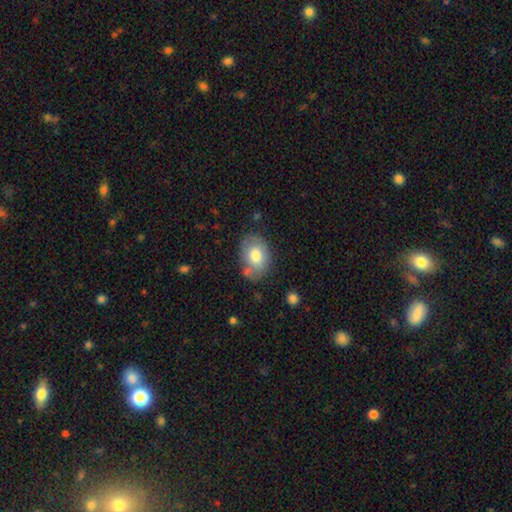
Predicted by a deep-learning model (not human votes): smooth-or-featured: smooth: 69% | featured or disk: 24% | star or artifact: 7%
  how-rounded: in between: 74% | round: 25% | cigar-shaped: 1%
  merging: none: 66% | minor disturbance: 22% | major disturbance: 6% | merger: 6%